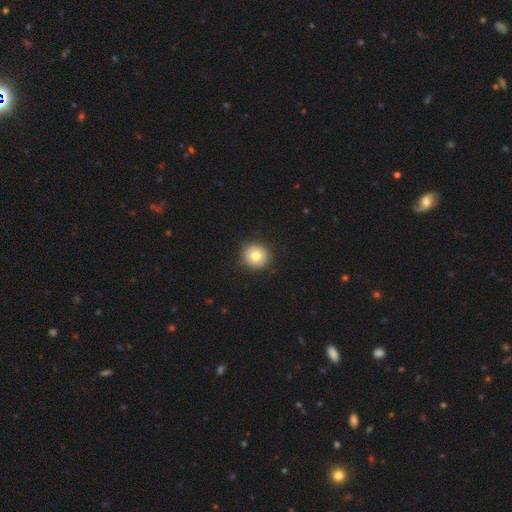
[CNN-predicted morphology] Overall: smooth (78%). How rounded: round (93%). Merging: none (89%).